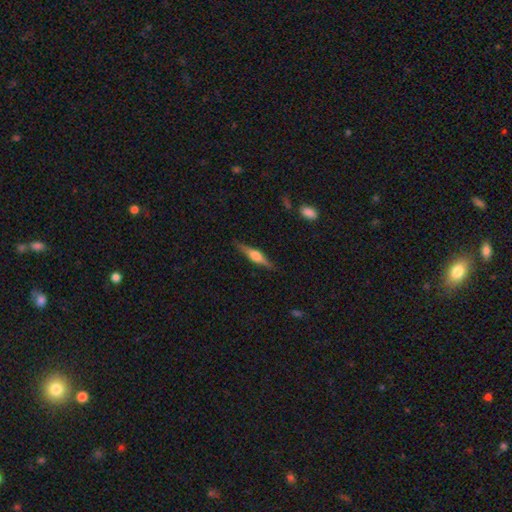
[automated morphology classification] featured or disk 68%, smooth 26%, star or artifact 6%. Down the decision tree: edge-on disk — yes (97%); edge-on bulge — rounded (86%); merging — none (88%).